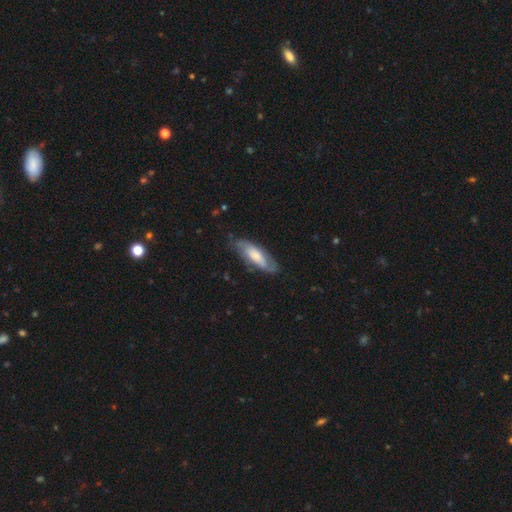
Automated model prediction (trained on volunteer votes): Smooth or featured? smooth (55%)
How rounded? in between (61%)
Merging? none (70%)